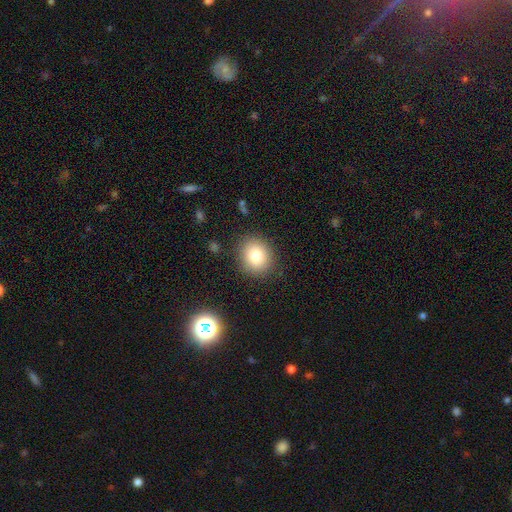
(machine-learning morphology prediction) This is likely a smooth galaxy (79%). How rounded: likely round (79%). Merging: clearly none (87%).